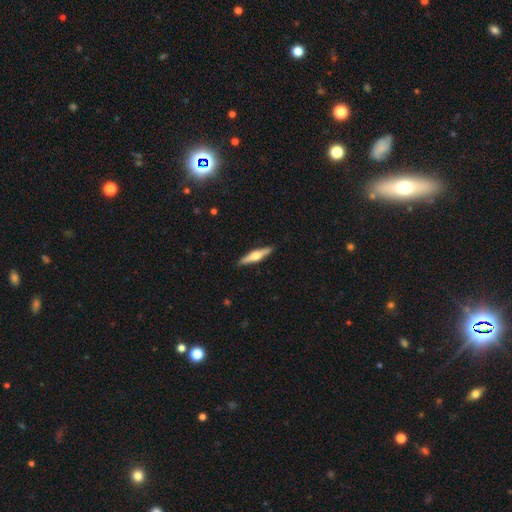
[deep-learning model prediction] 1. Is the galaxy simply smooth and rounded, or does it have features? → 59% featured or disk, 36% smooth, 5% star or artifact.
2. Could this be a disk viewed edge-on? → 96% yes, 4% no.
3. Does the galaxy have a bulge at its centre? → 93% rounded, 4% boxy, 3% none.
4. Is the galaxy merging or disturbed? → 91% none, 7% minor disturbance, 1% major disturbance, 1% merger.